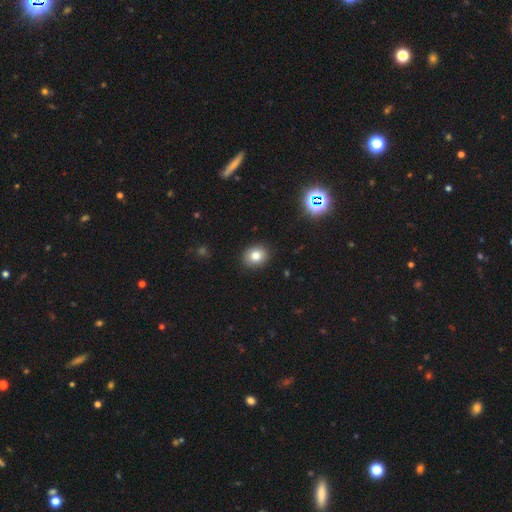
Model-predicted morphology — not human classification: Smooth or featured? Predicted: smooth (p=0.80). How rounded? Predicted: round (p=0.56). Merging? Predicted: none (p=0.89).